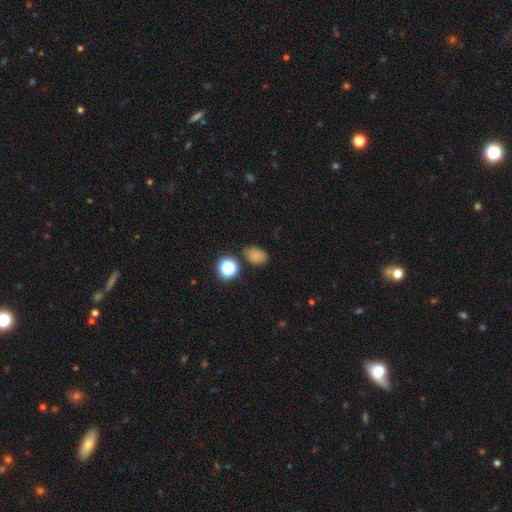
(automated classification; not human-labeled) Smooth or featured? smooth (76%)
How rounded? in between (69%)
Merging? none (74%)